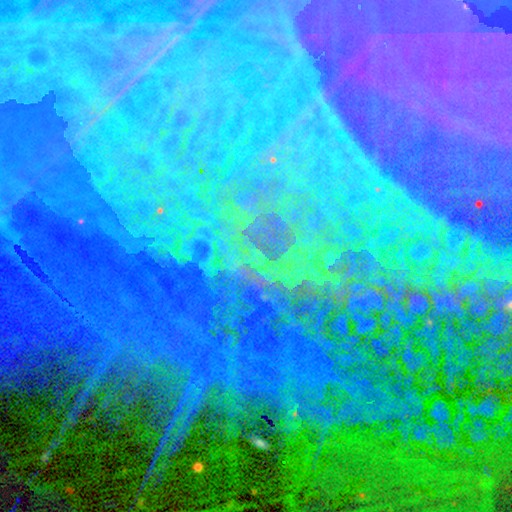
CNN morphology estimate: Smooth or featured? Predicted: star or artifact (p=0.84).